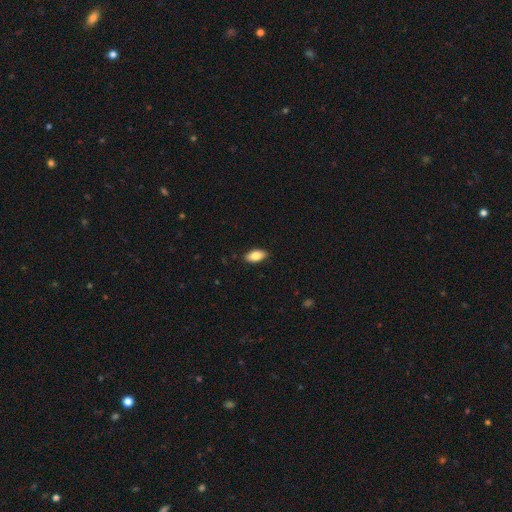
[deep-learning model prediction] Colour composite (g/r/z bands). It shows a smooth galaxy with no disk features (83%) that is in between round and cigar-shaped (92%). Merging: none (89%).